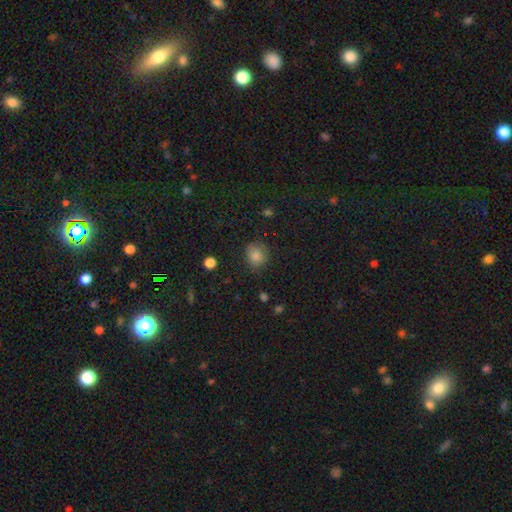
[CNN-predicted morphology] type=smooth (81%); roundness=round (78%); merging=none (80%).